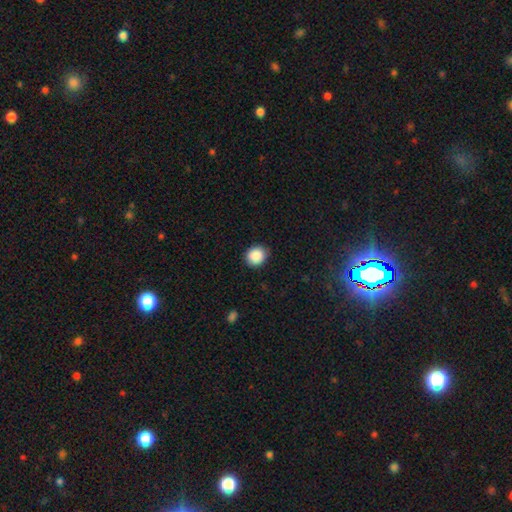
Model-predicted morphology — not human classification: A smooth galaxy with no disk features (89%) that is round (77%). Merging: none (88%).